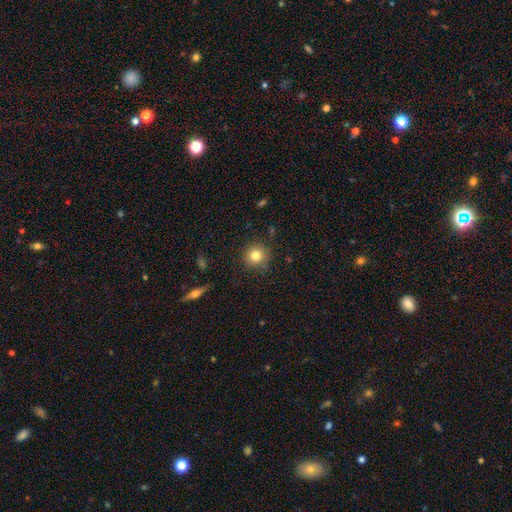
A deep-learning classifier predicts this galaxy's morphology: A smooth galaxy with no disk features (80%) that is round (93%).

Vote fractions:
- Smooth or featured? smooth: 80% / star or artifact: 12% / featured or disk: 9%
- How rounded? round: 93% / in between: 6% / cigar-shaped: 1%
- Merging? none: 87% / minor disturbance: 9% / major disturbance: 3% / merger: 2%